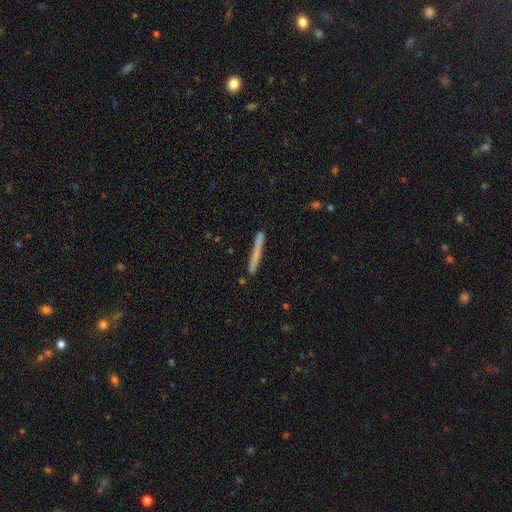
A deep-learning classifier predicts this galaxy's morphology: smooth 64%, featured or disk 30%, star or artifact 6%. Down the decision tree: how rounded — cigar-shaped (97%); merging — none (84%).